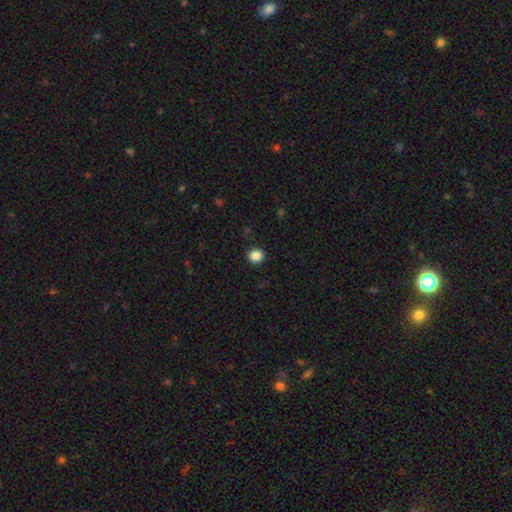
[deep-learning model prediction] Morphology: type=smooth (87%); roundness=round (81%); merging=none (90%).